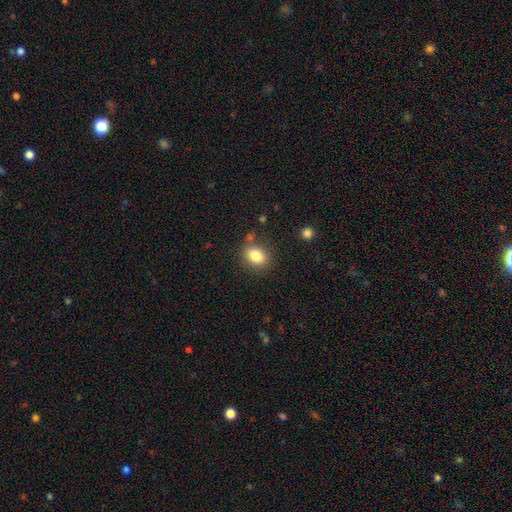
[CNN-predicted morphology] Q: Smooth or featured?
A: smooth (84%); runner-up: star or artifact (9%)
Q: How rounded?
A: in between (62%); runner-up: round (37%)
Q: Merging?
A: none (78%); runner-up: minor disturbance (13%)